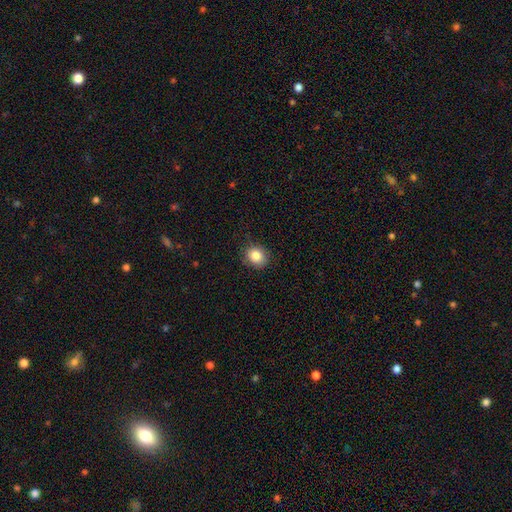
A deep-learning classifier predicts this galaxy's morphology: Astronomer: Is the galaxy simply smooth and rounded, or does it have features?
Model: smooth — 85%.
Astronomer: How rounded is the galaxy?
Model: round — 71%.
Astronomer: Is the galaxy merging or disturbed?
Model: none — 84%.